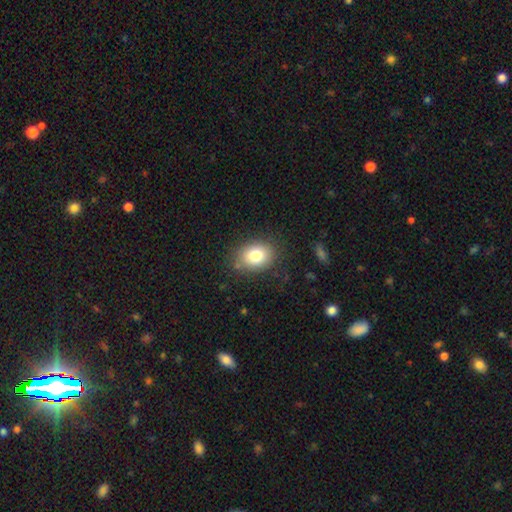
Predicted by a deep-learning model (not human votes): Smooth or featured: smooth — 80% (featured or disk — 10%)
How rounded: in between — 62% (round — 37%)
Merging: none — 82% (minor disturbance — 12%)